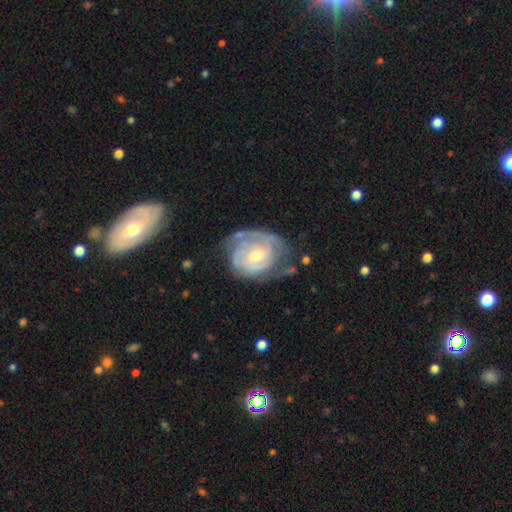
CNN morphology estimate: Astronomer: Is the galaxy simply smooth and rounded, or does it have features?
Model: featured or disk — 81%.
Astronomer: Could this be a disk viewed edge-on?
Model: no — 97%.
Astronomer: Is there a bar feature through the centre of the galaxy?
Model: no — 58% (runner-up: weak, 36%).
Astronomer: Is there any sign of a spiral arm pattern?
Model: yes — 91%.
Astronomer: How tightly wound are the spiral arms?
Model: tight — 65%.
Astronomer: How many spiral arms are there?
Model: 2 — 39% (runner-up: can't tell, 34%).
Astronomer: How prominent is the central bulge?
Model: moderate — 52% (runner-up: small, 41%).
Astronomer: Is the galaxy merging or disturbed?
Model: none — 56%.